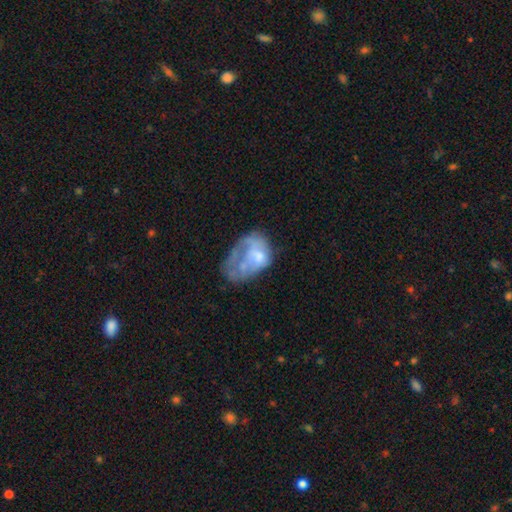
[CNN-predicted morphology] The model was most divided on "smooth or featured": featured or disk: 47%, smooth: 44%, star or artifact: 9%. Remaining: merging — major disturbance (42%).